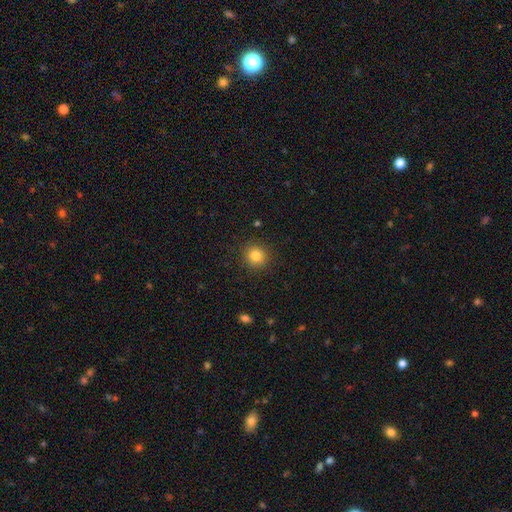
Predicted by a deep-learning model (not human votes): smooth_or_featured: smooth (p=0.82) [alt: star or artifact p=0.12]
how_rounded: round (p=0.91) [alt: in between p=0.08]
merging: none (p=0.91) [alt: minor disturbance p=0.06]